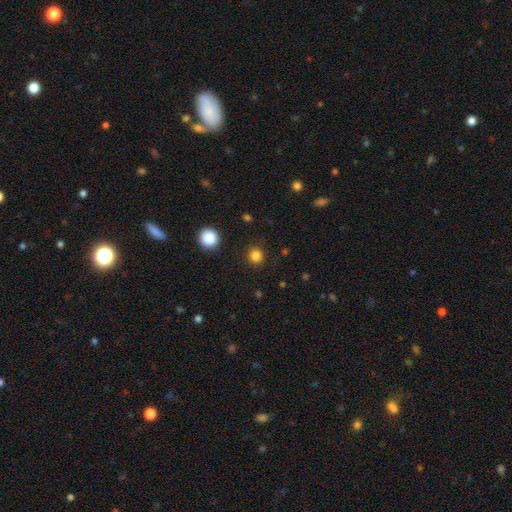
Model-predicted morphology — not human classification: A smooth galaxy with no disk features (83%) that is round (93%). Merging: none (90%).